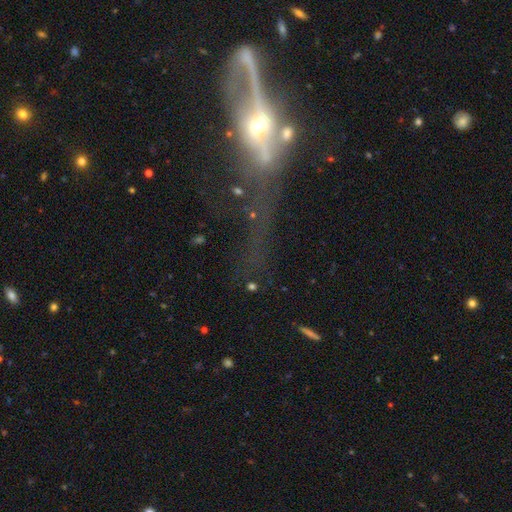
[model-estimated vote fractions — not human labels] A featured or disk galaxy (64%). Merging: major disturbance (38%).